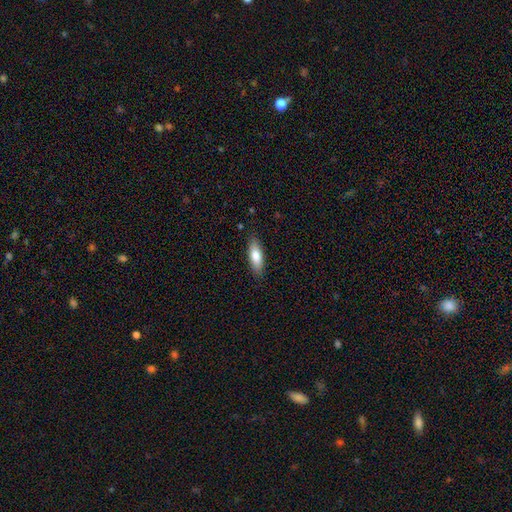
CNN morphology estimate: smooth-or-featured: smooth: 78% | featured or disk: 16% | star or artifact: 6%
  how-rounded: in between: 65% | cigar-shaped: 33% | round: 2%
  merging: none: 86% | minor disturbance: 11% | major disturbance: 2% | merger: 1%